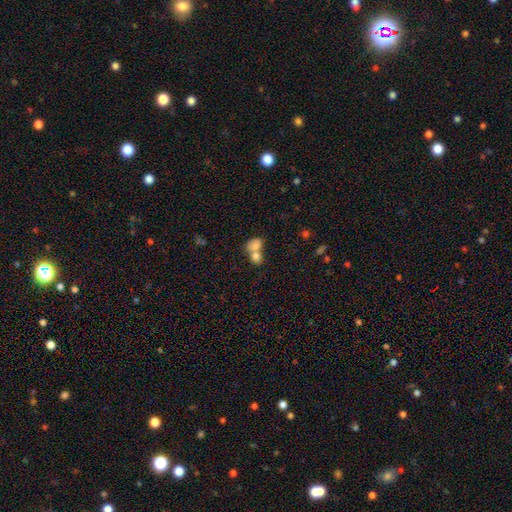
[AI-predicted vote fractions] The model was most divided on "how rounded": in between: 53%, round: 46%, cigar-shaped: 2%. More confident: smooth or featured — smooth (78%); merging — merger (68%).